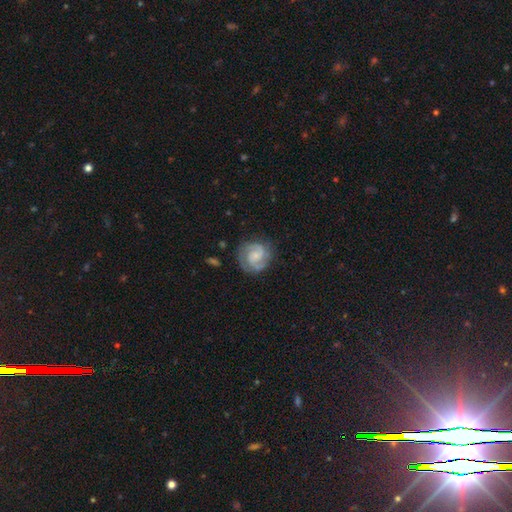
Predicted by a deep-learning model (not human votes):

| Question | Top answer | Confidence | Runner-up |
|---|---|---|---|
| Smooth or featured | featured or disk | 83% | smooth (12%) |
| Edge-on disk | no | 98% | yes (2%) |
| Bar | no | 56% | weak (37%) |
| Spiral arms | yes | 97% | no (3%) |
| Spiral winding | tight | 53% | medium (39%) |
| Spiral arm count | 2 | 78% | 3 (8%) |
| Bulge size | small | 54% | moderate (21%) |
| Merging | none | 76% | minor disturbance (16%) |